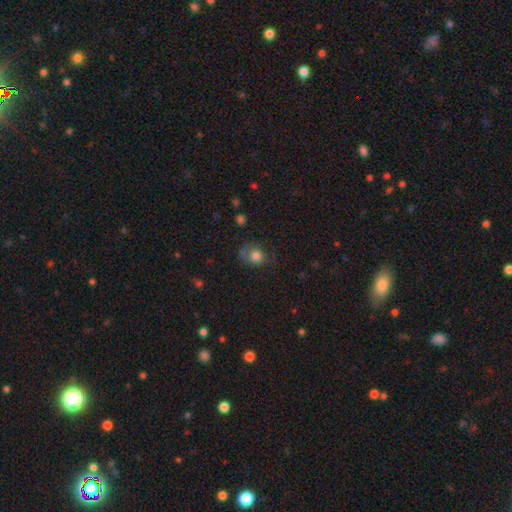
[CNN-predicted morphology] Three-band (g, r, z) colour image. It shows a smooth galaxy with no disk features (69%) that is round (64%). Merging: none (51%).